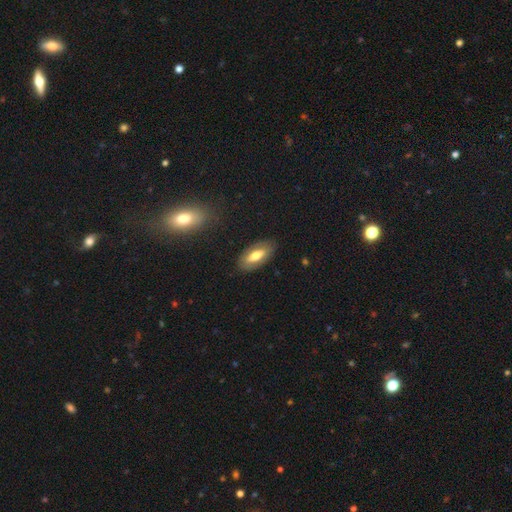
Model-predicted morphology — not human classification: Overall: smooth (62%; featured or disk 31%). How rounded: in between (86%). Merging: none (85%).